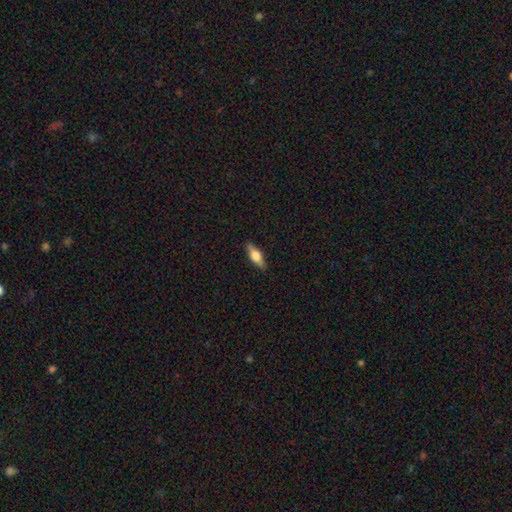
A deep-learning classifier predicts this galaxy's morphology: Smooth or featured? smooth (55%)
How rounded? in between (56%)
Merging? none (87%)